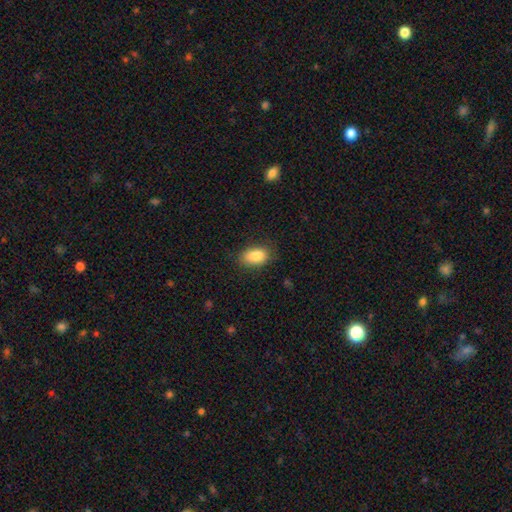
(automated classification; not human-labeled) Smooth or featured? Predicted: smooth (p=0.87). How rounded? Predicted: in between (p=0.91). Merging? Predicted: none (p=0.77).